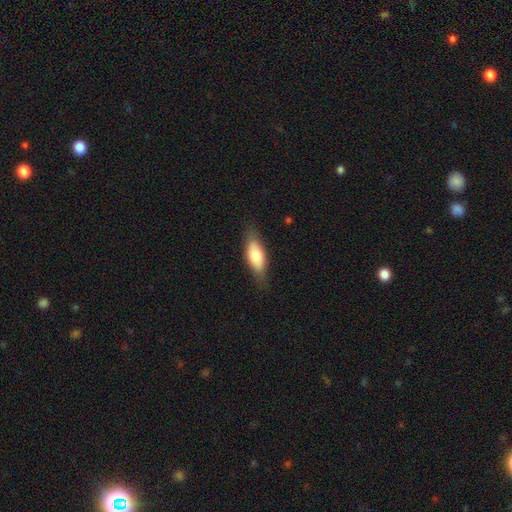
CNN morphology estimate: Smooth or featured?
  - smooth: 69% *
  - featured or disk: 25%
  - star or artifact: 6%
How rounded?
  - in between: 72% *
  - cigar-shaped: 26%
  - round: 3%
Merging?
  - none: 79% *
  - minor disturbance: 16%
  - major disturbance: 4%
  - merger: 1%